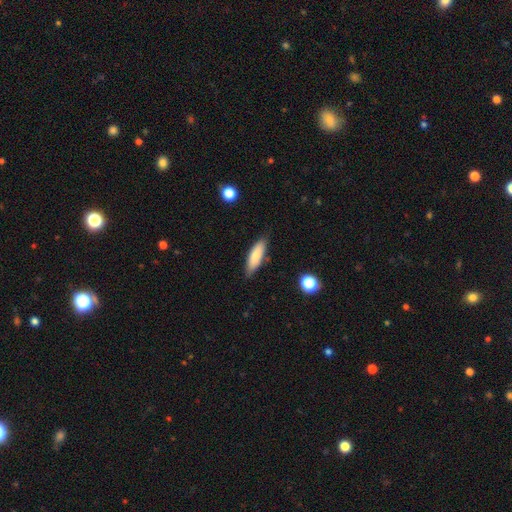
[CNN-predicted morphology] smooth-or-featured: smooth: 78% | featured or disk: 15% | star or artifact: 6%
  how-rounded: cigar-shaped: 51% | in between: 47% | round: 2%
  merging: none: 81% | minor disturbance: 14% | major disturbance: 2% | merger: 2%